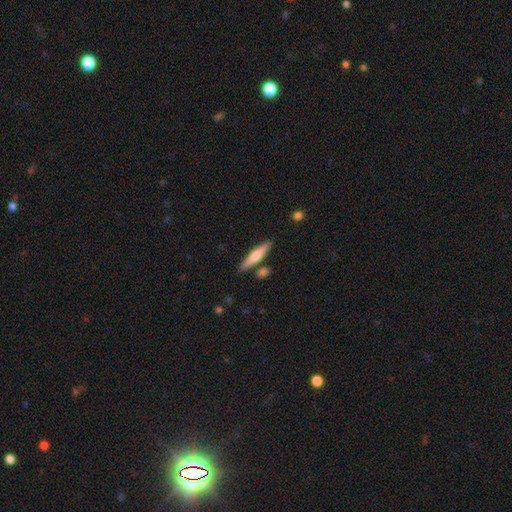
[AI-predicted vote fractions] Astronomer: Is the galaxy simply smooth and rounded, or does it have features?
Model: smooth — 60% (runner-up: featured or disk, 35%).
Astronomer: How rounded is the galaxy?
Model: cigar-shaped — 86%.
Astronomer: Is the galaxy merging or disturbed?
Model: none — 81%.